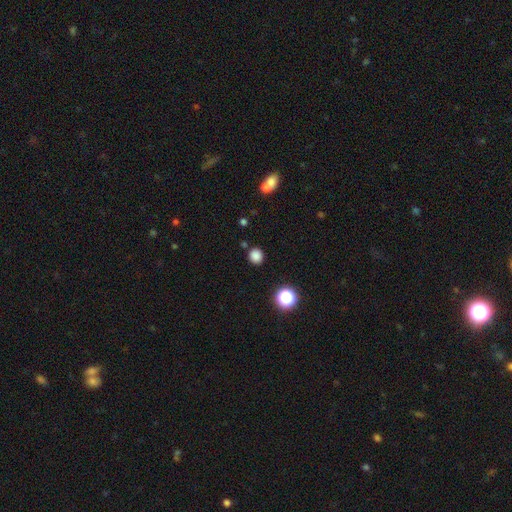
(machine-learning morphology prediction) smooth 83%, star or artifact 13%, featured or disk 4%. Down the decision tree: how rounded — round (88%); merging — none (86%).